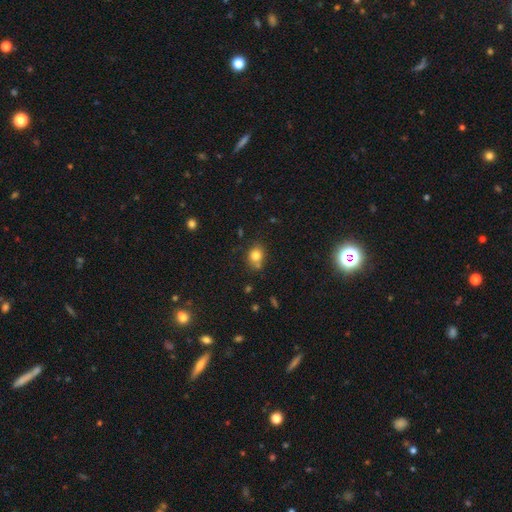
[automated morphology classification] smooth_or_featured: smooth (p=0.79) [alt: star or artifact p=0.12]
how_rounded: round (p=0.65) [alt: in between p=0.34]
merging: none (p=0.67) [alt: minor disturbance p=0.15]